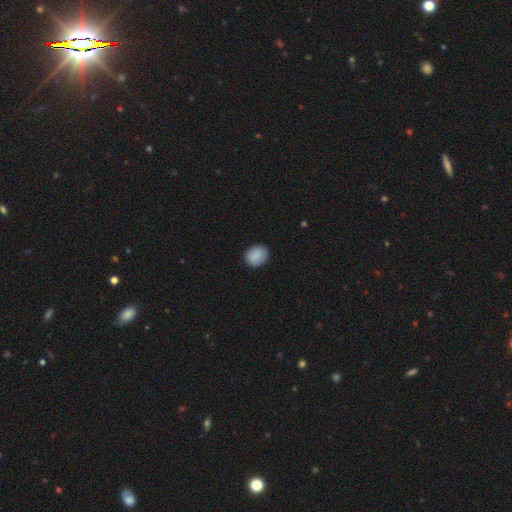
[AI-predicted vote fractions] A smooth galaxy with no disk features (89%) that is round (54%). Merging: none (88%).